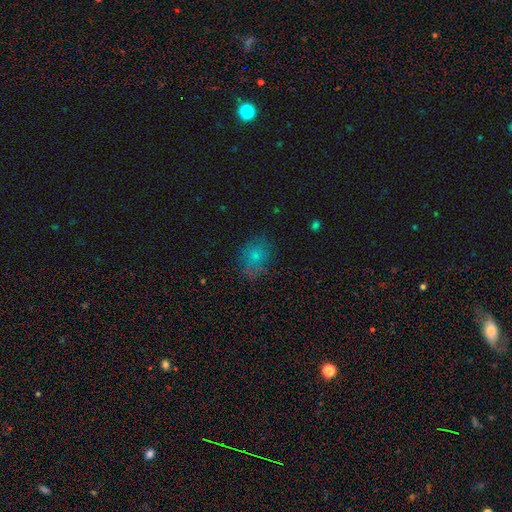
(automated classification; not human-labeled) This appears to be a smooth galaxy with no disk features (65%) that is in between round and cigar-shaped (63%). Merging: none (69%).